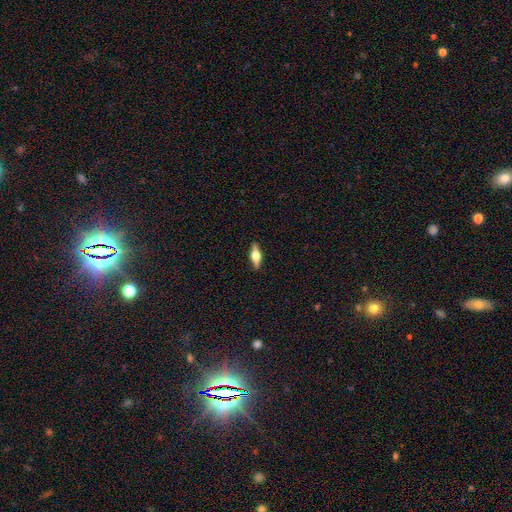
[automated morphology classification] smooth-or-featured: featured or disk: 57% | smooth: 36% | star or artifact: 7%
  disk-edge-on: yes: 95% | no: 5%
    edge-on-bulge: rounded: 94% | boxy: 5% | none: 1%
  merging: none: 89% | minor disturbance: 8% | major disturbance: 2% | merger: 1%